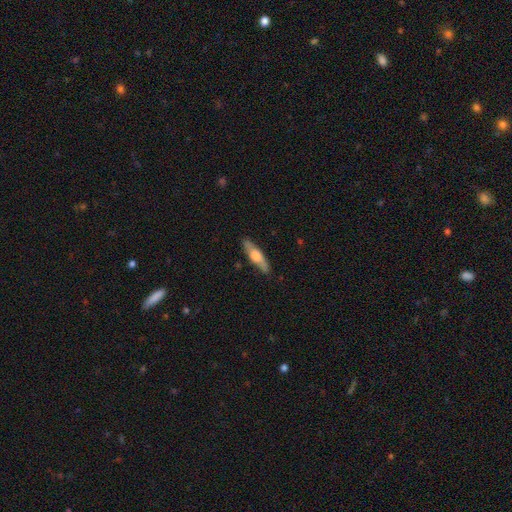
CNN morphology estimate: A featured or disk galaxy (52%) viewed edge-on (87%). Merging: none (86%).